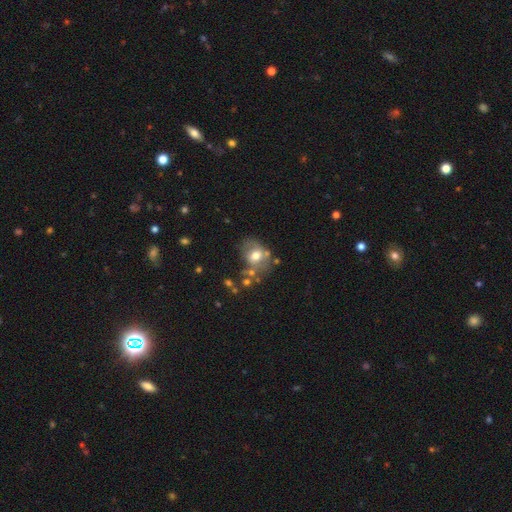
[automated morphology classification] Q: Smooth or featured?
A: smooth (58%); runner-up: featured or disk (32%)
Q: How rounded?
A: in between (56%); runner-up: round (43%)
Q: Merging?
A: none (49%); runner-up: minor disturbance (24%)